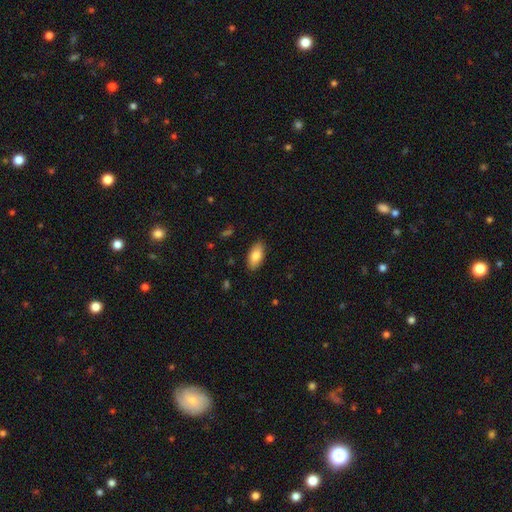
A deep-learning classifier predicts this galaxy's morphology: This is clearly a smooth galaxy (82%). How rounded: clearly in between (92%). Merging: clearly none (88%).